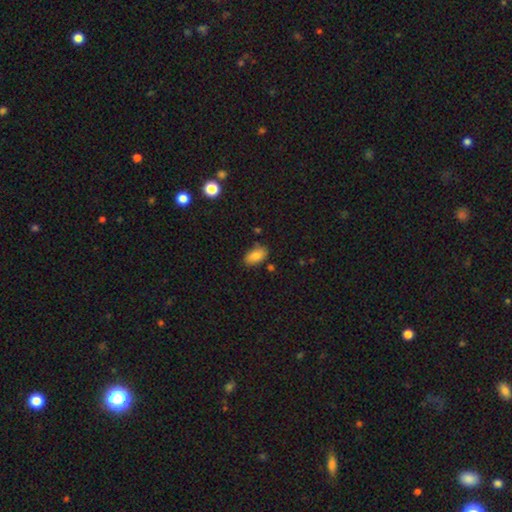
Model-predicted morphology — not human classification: Overall: smooth (84%). How rounded: in between (93%). Merging: none (78%).